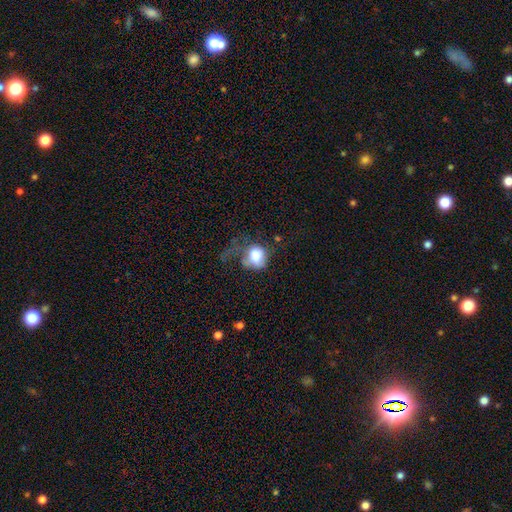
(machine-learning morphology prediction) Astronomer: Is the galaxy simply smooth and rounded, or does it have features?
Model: smooth — 72%.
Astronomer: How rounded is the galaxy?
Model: round — 61% (runner-up: in between, 37%).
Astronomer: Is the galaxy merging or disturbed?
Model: major disturbance — 46% (runner-up: none, 26%).